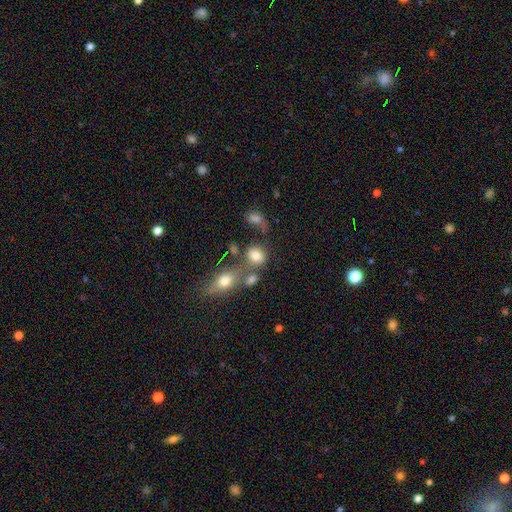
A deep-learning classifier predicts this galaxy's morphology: smooth 77%, star or artifact 11%, featured or disk 11%. Down the decision tree: how rounded — in between (56%); merging — none (44%).